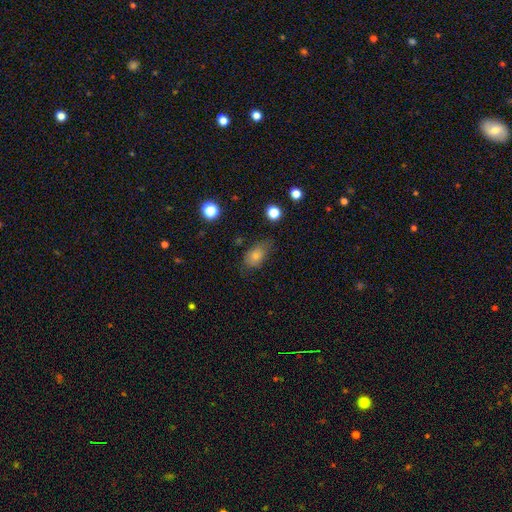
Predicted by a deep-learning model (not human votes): The model was most divided on "merging": none: 63%, minor disturbance: 25%, major disturbance: 9%, merger: 2%. More confident: how rounded — in between (82%); smooth or featured — smooth (77%).